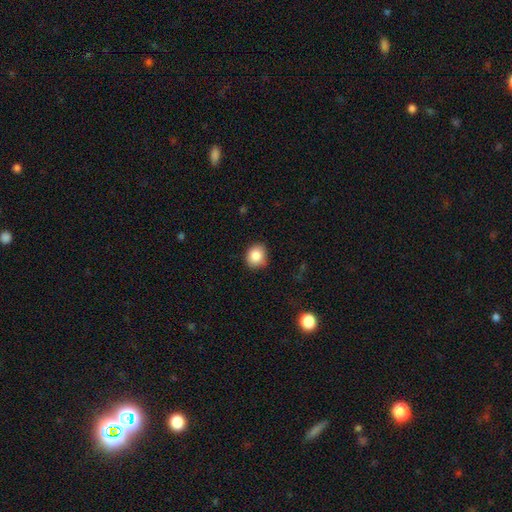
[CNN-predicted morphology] This appears to be a smooth galaxy with no disk features (86%) that is round (72%). Merging: none (80%).